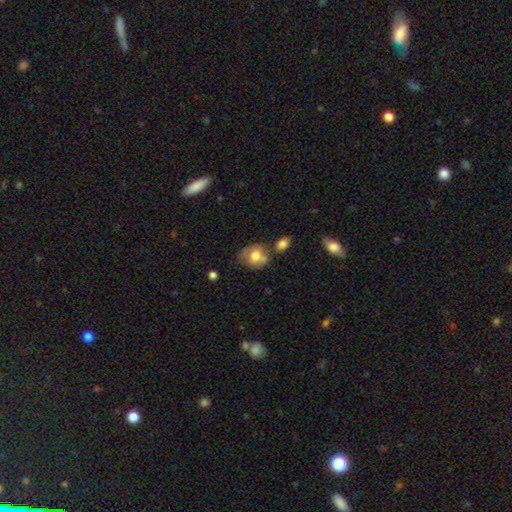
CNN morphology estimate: A smooth galaxy with no disk features (69%) that is in between round and cigar-shaped (51%). Merging: none (46%).